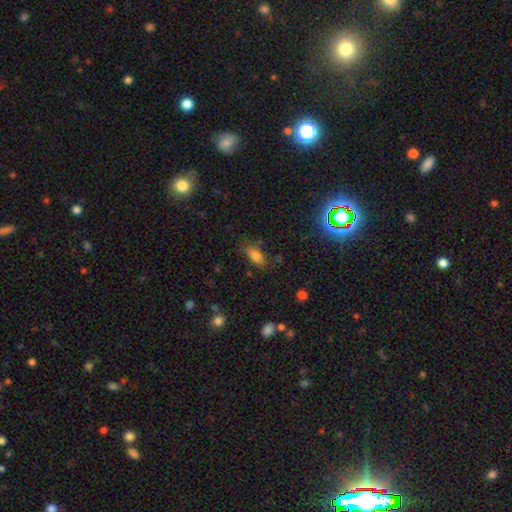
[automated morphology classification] smooth 76%, star or artifact 13%, featured or disk 11%. Down the decision tree: how rounded — in between (85%); merging — none (71%).